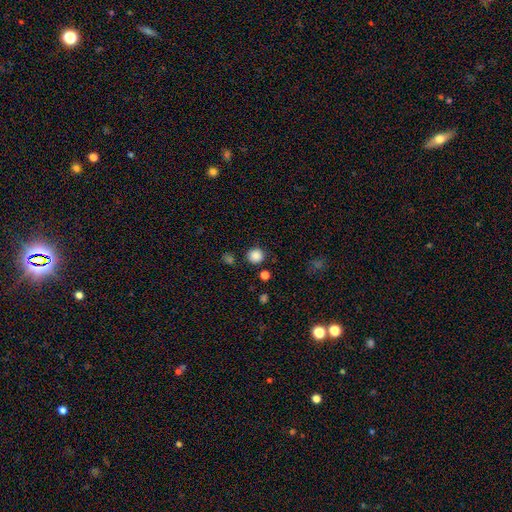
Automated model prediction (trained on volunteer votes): This is clearly a smooth galaxy (86%). How rounded: clearly round (92%). Merging: clearly none (87%).